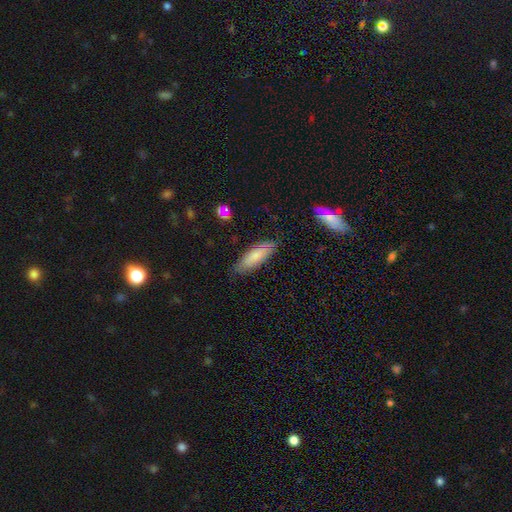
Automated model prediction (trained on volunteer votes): A smooth galaxy with no disk features (77%) that is in between round and cigar-shaped (58%).

Vote fractions:
- Smooth or featured? smooth: 77% / featured or disk: 16% / star or artifact: 7%
- How rounded? in between: 58% / cigar-shaped: 40% / round: 2%
- Merging? none: 81% / minor disturbance: 15% / major disturbance: 3% / merger: 1%